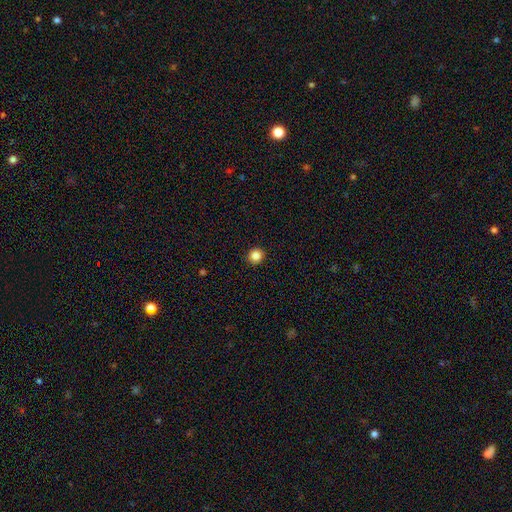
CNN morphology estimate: Smooth or featured? smooth (86%)
How rounded? round (93%)
Merging? none (93%)